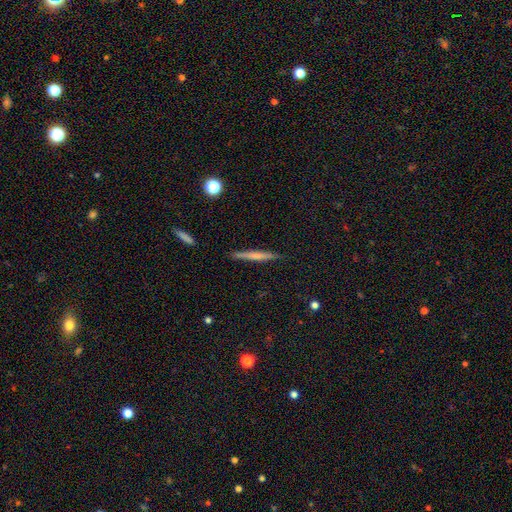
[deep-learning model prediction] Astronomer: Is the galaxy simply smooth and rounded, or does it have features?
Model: smooth — 51% (runner-up: featured or disk, 42%).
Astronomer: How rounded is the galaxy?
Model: cigar-shaped — 95%.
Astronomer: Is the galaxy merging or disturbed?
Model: none — 89%.